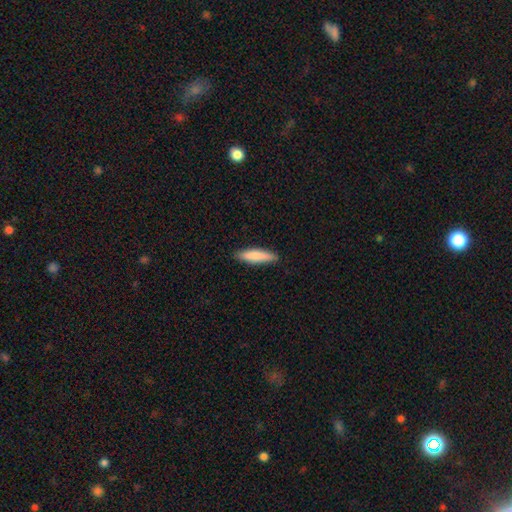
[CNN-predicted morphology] The model was most divided on "how rounded": cigar-shaped: 78%, in between: 21%, round: 1%. More confident: merging — none (89%); smooth or featured — smooth (83%).